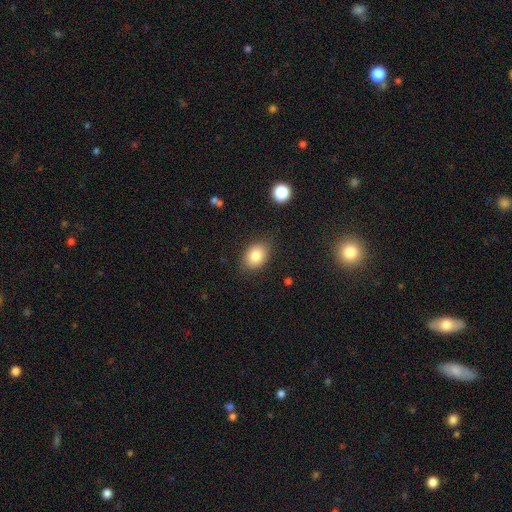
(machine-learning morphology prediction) type=smooth (82%); roundness=in between (70%); merging=none (82%).